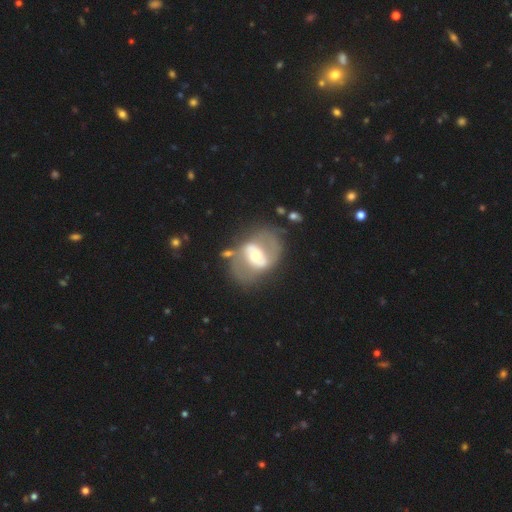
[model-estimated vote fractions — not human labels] smooth-or-featured: featured or disk: 73% | smooth: 21% | star or artifact: 6%
  disk-edge-on: no: 95% | yes: 5%
    bar: no: 35% | weak: 33% | strong: 32%
    has-spiral-arms: yes: 61% | no: 39%
    bulge-size: moderate: 56% | small: 24% | large: 16% | dominant: 2% | none: 1%
  merging: none: 58% | major disturbance: 17% | minor disturbance: 17% | merger: 8%